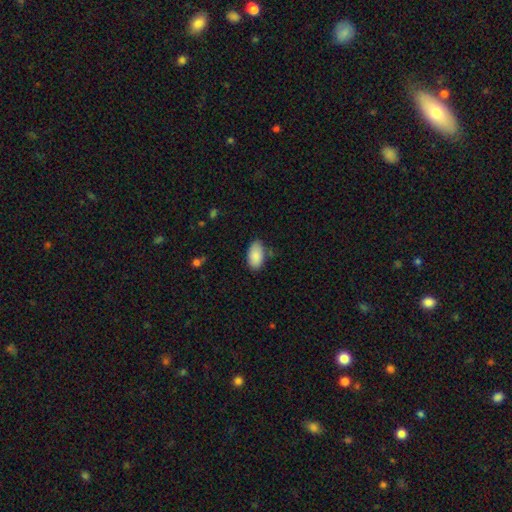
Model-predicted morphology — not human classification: This appears to be a smooth galaxy with no disk features (87%) that is in between round and cigar-shaped (95%). Merging: none (73%).